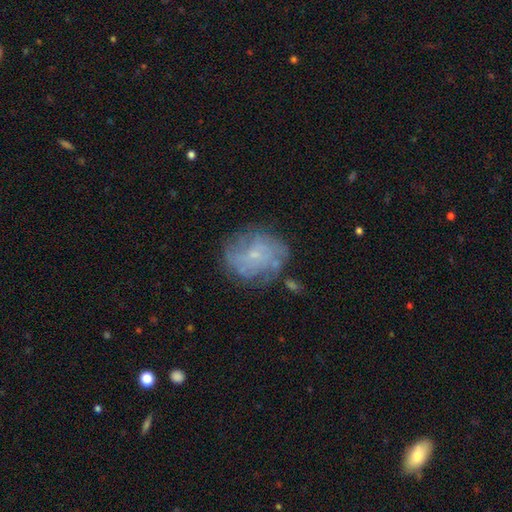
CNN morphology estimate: Smooth or featured? Predicted: featured or disk (p=0.61). Edge-on disk? Predicted: no (p=0.97). Bar? Predicted: no (p=0.77). Spiral arms? Predicted: yes (p=0.73). Bulge size? Predicted: small (p=0.78). Merging? Predicted: none (p=0.70).